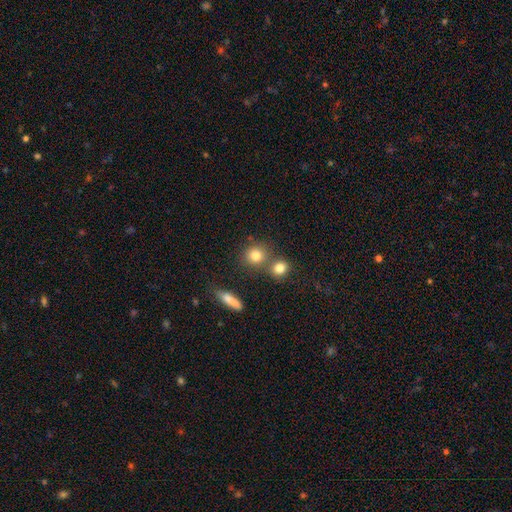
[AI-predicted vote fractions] This is likely a smooth galaxy (79%). How rounded: clearly round (83%). Merging: likely none (62%).